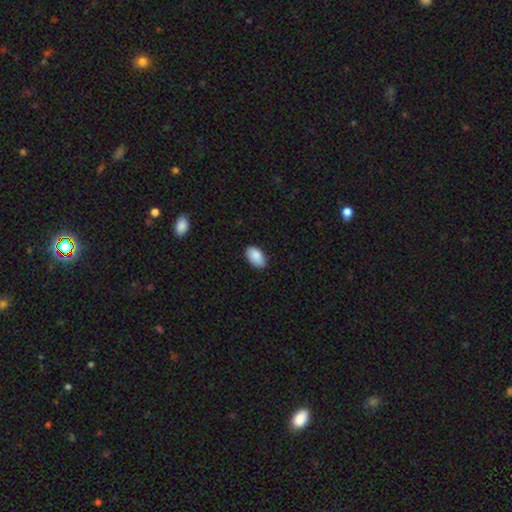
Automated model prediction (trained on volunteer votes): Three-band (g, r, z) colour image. It shows a smooth galaxy with no disk features (89%) that is in between round and cigar-shaped (95%). Merging: none (84%).